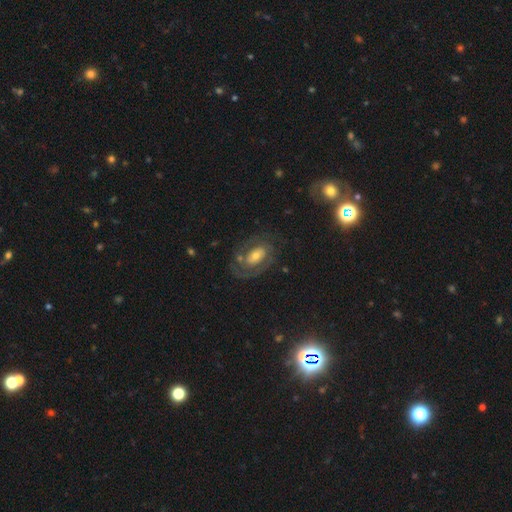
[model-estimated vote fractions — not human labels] Smooth or featured?
  - featured or disk: 75% *
  - smooth: 17%
  - star or artifact: 8%
Edge-on disk?
  - no: 96% *
  - yes: 4%
Bar?
  - no: 56% *
  - weak: 32%
  - strong: 12%
Spiral arms?
  - yes: 81% *
  - no: 19%
Spiral winding?
  - tight: 53% *
  - medium: 35%
  - loose: 12%
Spiral arm count?
  - 2: 50% *
  - can't tell: 27%
  - 1: 10%
  - 3: 7%
  - 4: 3%
  - more than 4: 3%
Bulge size?
  - moderate: 50% *
  - small: 36%
  - large: 10%
  - none: 2%
  - dominant: 2%
Merging?
  - none: 65% *
  - minor disturbance: 17%
  - major disturbance: 15%
  - merger: 3%